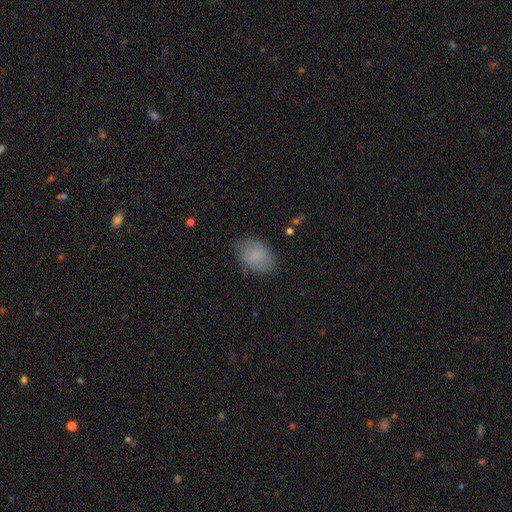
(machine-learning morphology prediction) A smooth galaxy with no disk features (73%) that is in between round and cigar-shaped (86%).

Vote fractions:
- Smooth or featured? smooth: 73% / featured or disk: 19% / star or artifact: 8%
- How rounded? in between: 86% / round: 13% / cigar-shaped: 1%
- Merging? none: 79% / minor disturbance: 15% / major disturbance: 4% / merger: 1%